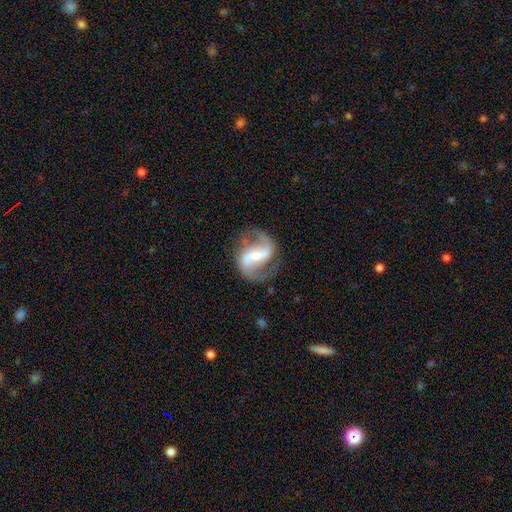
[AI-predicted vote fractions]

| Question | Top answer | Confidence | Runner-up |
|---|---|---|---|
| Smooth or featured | featured or disk | 90% | smooth (6%) |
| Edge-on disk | no | 98% | yes (2%) |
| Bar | strong | 52% | weak (34%) |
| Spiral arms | yes | 97% | no (3%) |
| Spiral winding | medium | 47% | loose (42%) |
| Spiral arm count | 2 | 93% | 1 (2%) |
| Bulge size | small | 50% | moderate (37%) |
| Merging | none | 78% | minor disturbance (13%) |